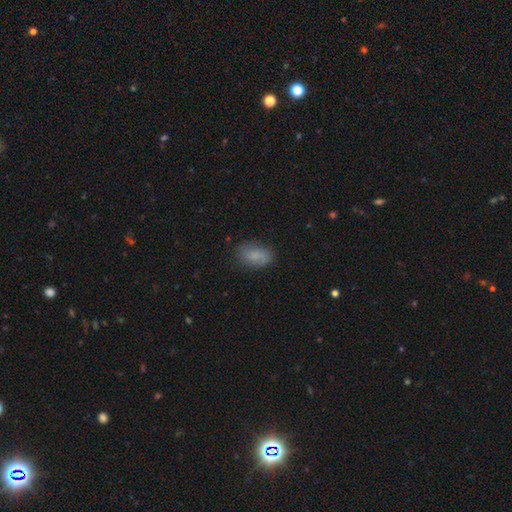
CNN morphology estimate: type=smooth (71%); roundness=in between (89%); merging=none (75%).